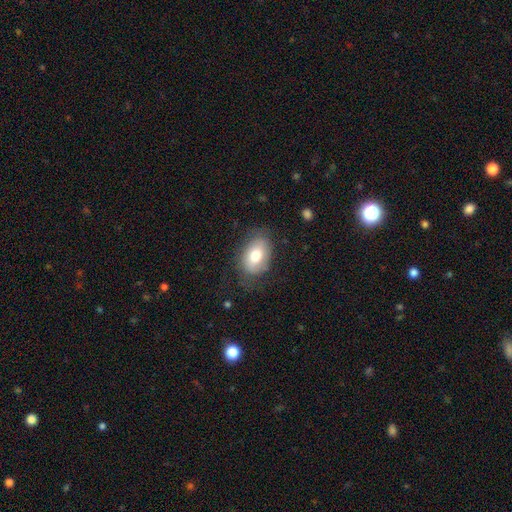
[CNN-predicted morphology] smooth 74%, featured or disk 19%, star or artifact 7%. Down the decision tree: how rounded — in between (85%); merging — none (69%).